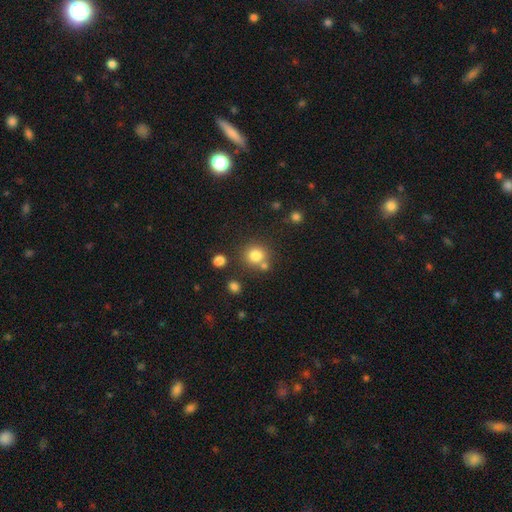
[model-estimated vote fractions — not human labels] Morphology: type=smooth (80%); roundness=round (90%); merging=none (71%).